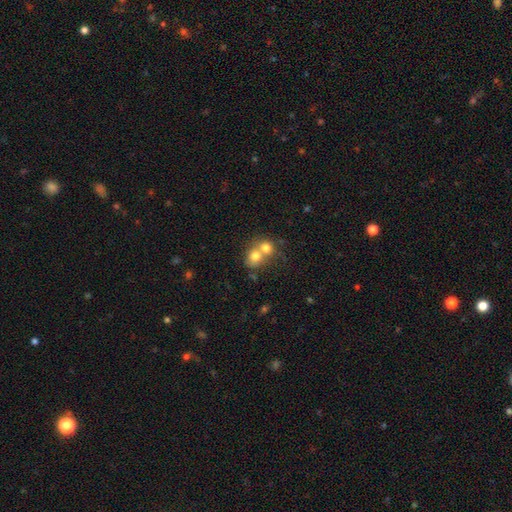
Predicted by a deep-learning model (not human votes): Q: Smooth or featured?
A: smooth (73%); runner-up: featured or disk (17%)
Q: How rounded?
A: round (73%); runner-up: in between (26%)
Q: Merging?
A: merger (68%); runner-up: none (25%)